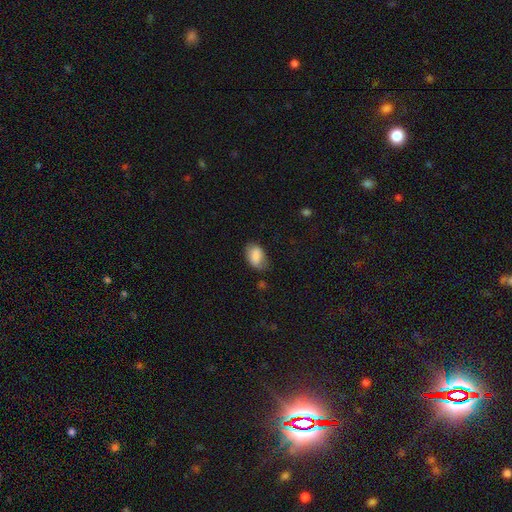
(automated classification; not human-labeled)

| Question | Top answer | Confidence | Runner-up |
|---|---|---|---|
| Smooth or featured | smooth | 83% | featured or disk (10%) |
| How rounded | in between | 90% | round (9%) |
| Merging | none | 66% | minor disturbance (25%) |